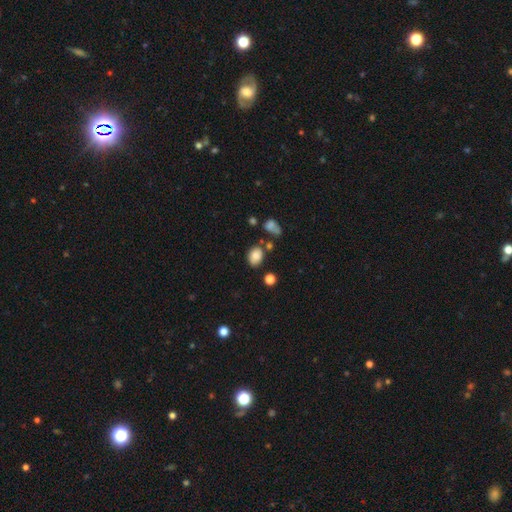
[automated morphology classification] Smooth or featured? Predicted: smooth (p=0.82). How rounded? Predicted: in between (p=0.63). Merging? Predicted: none (p=0.70).